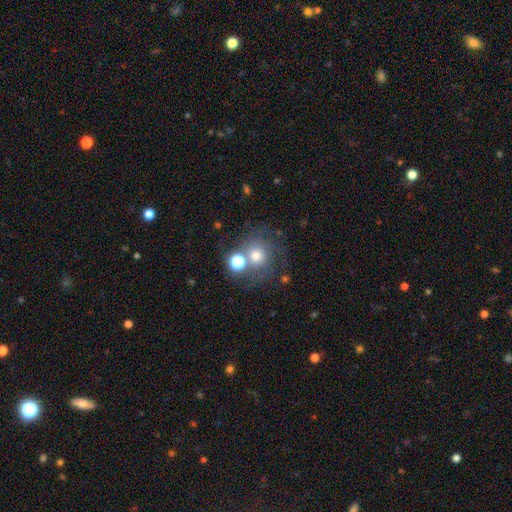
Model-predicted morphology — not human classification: Smooth or featured?
  - smooth: 65% *
  - featured or disk: 18%
  - star or artifact: 17%
How rounded?
  - round: 88% *
  - in between: 11%
  - cigar-shaped: 1%
Merging?
  - none: 56% *
  - merger: 24%
  - minor disturbance: 12%
  - major disturbance: 8%